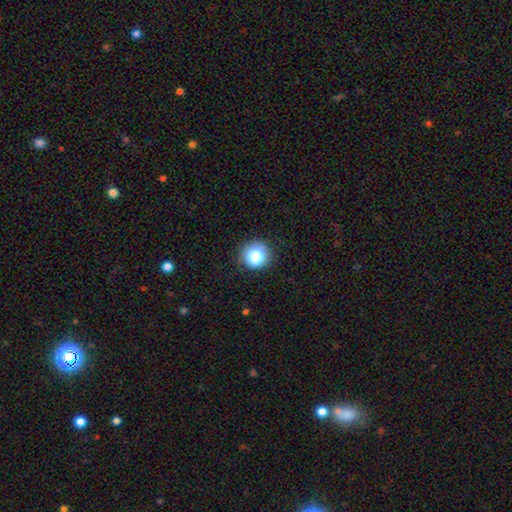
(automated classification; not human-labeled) smooth_or_featured: smooth (p=0.82) [alt: star or artifact p=0.10]
how_rounded: round (p=0.91) [alt: in between p=0.08]
merging: none (p=0.84) [alt: minor disturbance p=0.12]